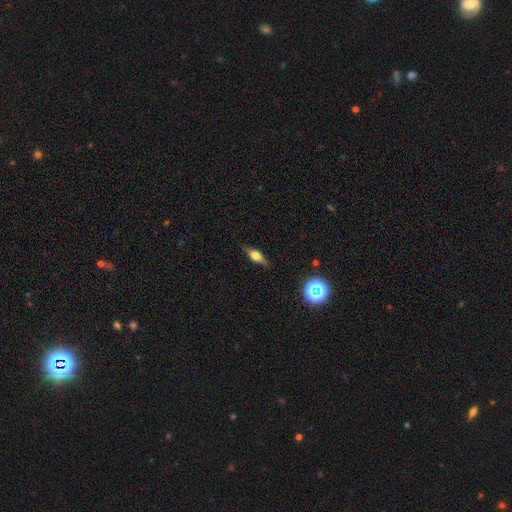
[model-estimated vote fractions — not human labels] This appears to be a featured or disk galaxy (54%) viewed edge-on (93%) with a rounded central bulge (88%). Merging: none (83%).